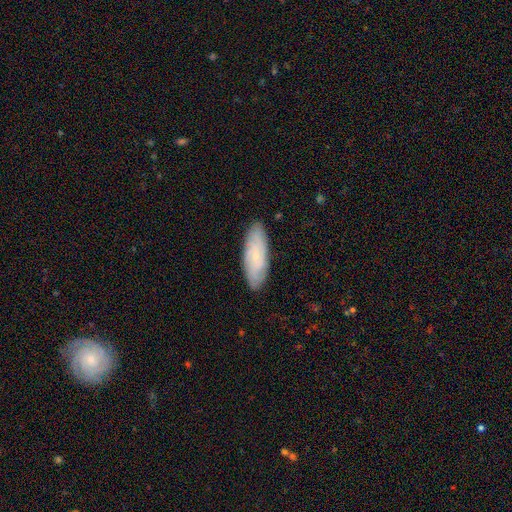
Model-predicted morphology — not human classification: smooth_or_featured: smooth (p=0.49) [alt: featured or disk p=0.44]
merging: none (p=0.85) [alt: minor disturbance p=0.12]